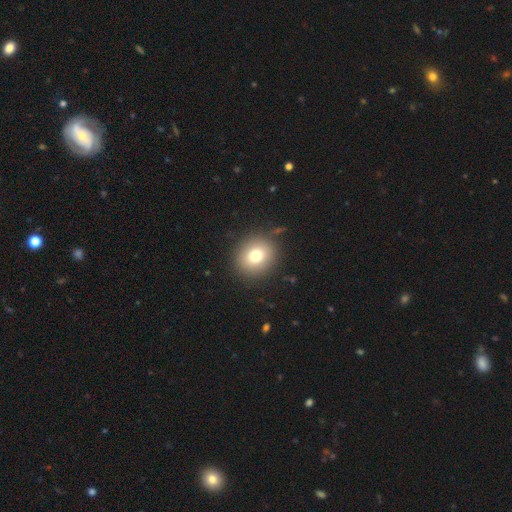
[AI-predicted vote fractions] A smooth galaxy with no disk features (77%) that is round (80%).

Vote fractions:
- Smooth or featured? smooth: 77% / featured or disk: 12% / star or artifact: 12%
- How rounded? round: 80% / in between: 19% / cigar-shaped: 1%
- Merging? none: 87% / minor disturbance: 8% / major disturbance: 3% / merger: 2%